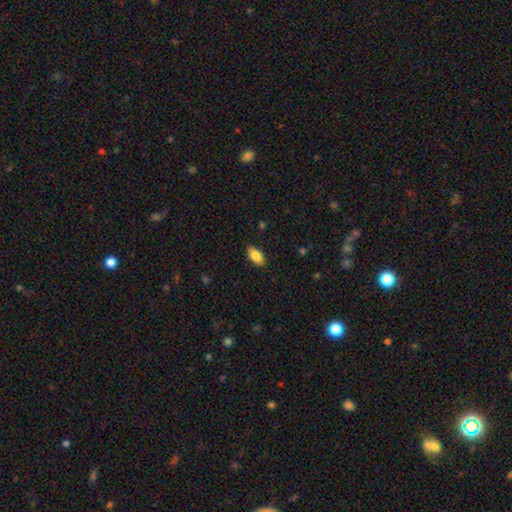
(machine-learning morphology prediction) Overall: smooth (82%). How rounded: in between (91%). Merging: none (88%).